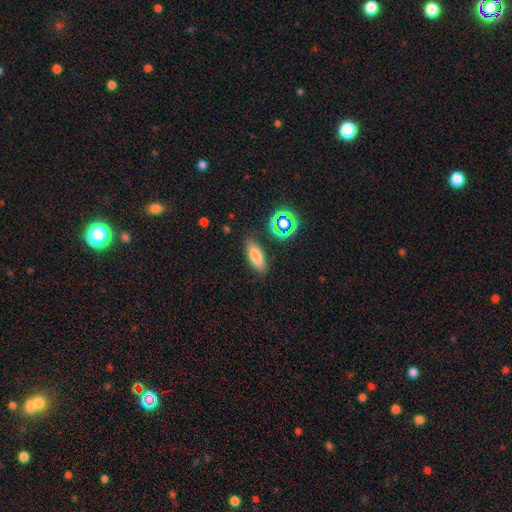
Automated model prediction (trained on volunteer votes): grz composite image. It shows a smooth galaxy with no disk features (77%) that is in between round and cigar-shaped (69%). Merging: none (83%).